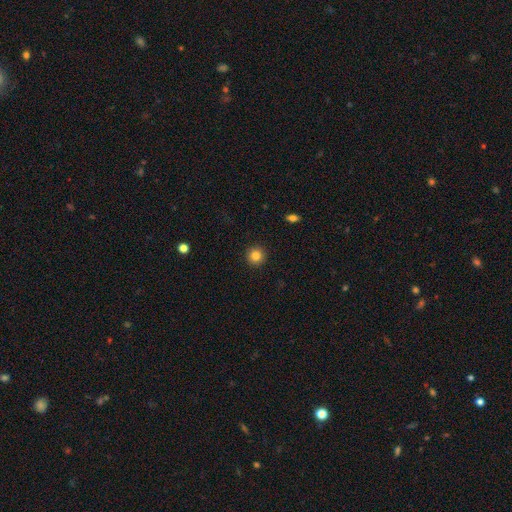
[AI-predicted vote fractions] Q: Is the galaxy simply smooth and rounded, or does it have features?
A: smooth — 84%.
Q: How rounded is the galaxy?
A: round — 95%.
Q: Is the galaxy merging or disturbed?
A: none — 93%.